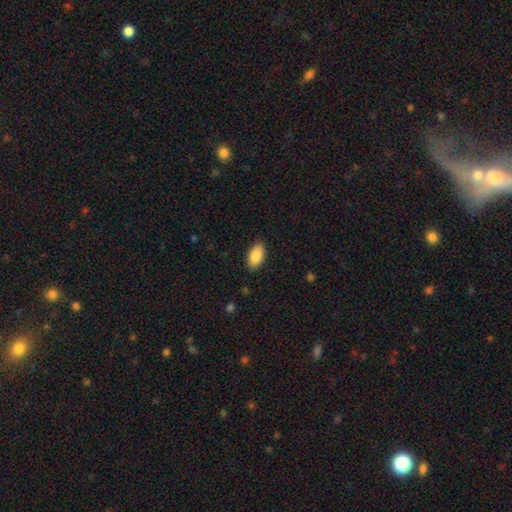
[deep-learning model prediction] Q: Smooth or featured?
A: smooth (86%); runner-up: featured or disk (7%)
Q: How rounded?
A: in between (93%); runner-up: cigar-shaped (4%)
Q: Merging?
A: none (88%); runner-up: minor disturbance (9%)